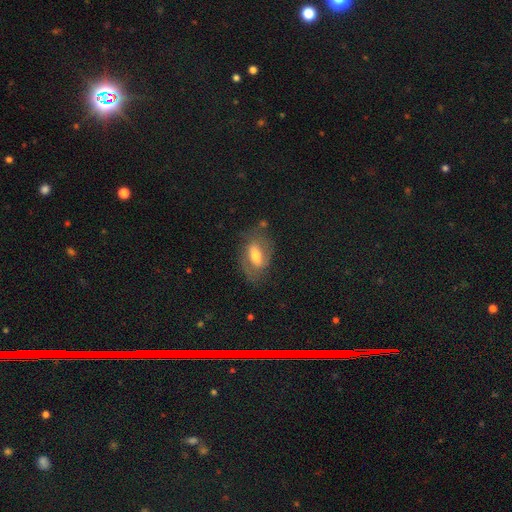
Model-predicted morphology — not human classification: A featured or disk galaxy (56%) with a weak bar (42%), spiral arms (70%) and a moderate central bulge (62%).

Vote fractions:
- Smooth or featured? featured or disk: 56% / smooth: 36% / star or artifact: 8%
- Edge-on disk? no: 92% / yes: 8%
- Bar? weak: 42% / strong: 34% / no: 24%
- Spiral arms? yes: 70% / no: 30%
- Bulge size? moderate: 62% / small: 21% / large: 14% / none: 2% / dominant: 2%
- Merging? none: 60% / minor disturbance: 23% / major disturbance: 14% / merger: 3%